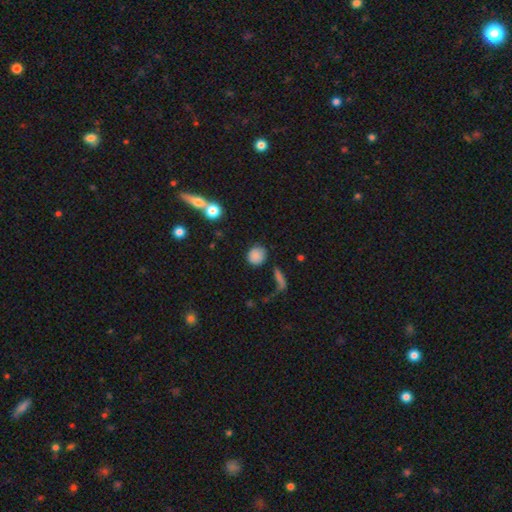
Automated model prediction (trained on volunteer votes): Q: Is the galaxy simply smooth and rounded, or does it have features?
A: smooth — 84%.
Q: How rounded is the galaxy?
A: round — 84%.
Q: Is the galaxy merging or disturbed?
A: none — 76%.